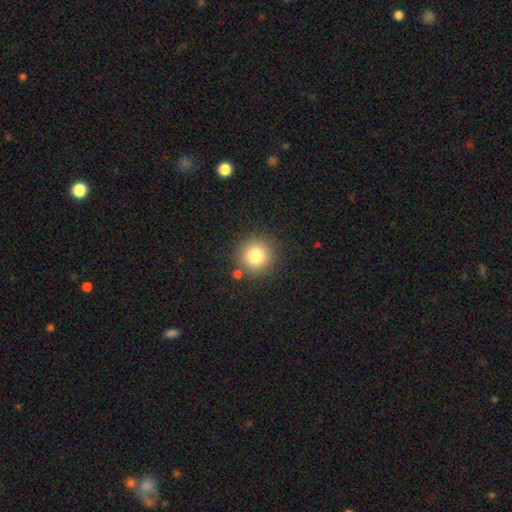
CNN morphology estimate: This appears to be a smooth galaxy with no disk features (81%) that is round (94%). Merging: none (85%).